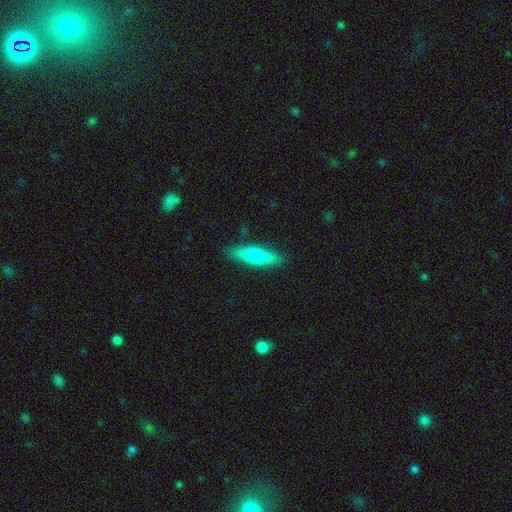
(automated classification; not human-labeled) Smooth or featured?
  - smooth: 58% *
  - featured or disk: 37%
  - star or artifact: 6%
How rounded?
  - cigar-shaped: 71% *
  - in between: 27%
  - round: 2%
Merging?
  - none: 88% *
  - minor disturbance: 9%
  - major disturbance: 2%
  - merger: 1%